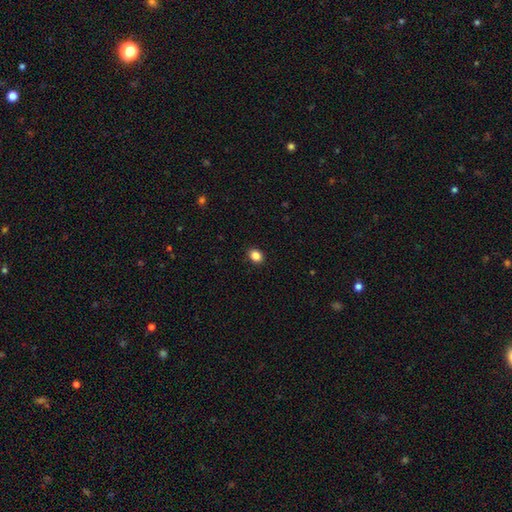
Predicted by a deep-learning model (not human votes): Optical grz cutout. It shows a smooth galaxy with no disk features (86%) that is in between round and cigar-shaped (54%). Merging: none (91%).